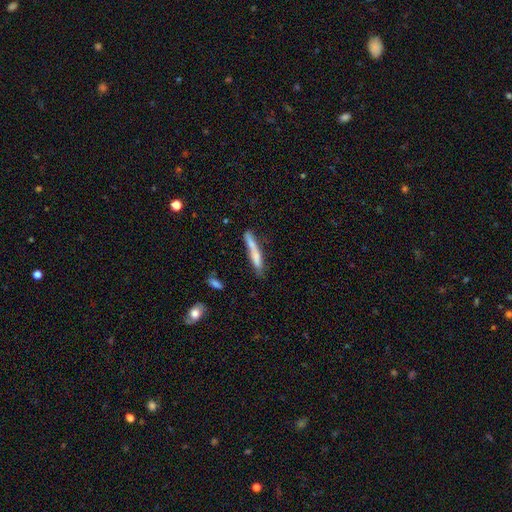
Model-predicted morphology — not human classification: Q: Smooth or featured?
A: smooth (66%); runner-up: featured or disk (28%)
Q: How rounded?
A: cigar-shaped (92%); runner-up: in between (6%)
Q: Merging?
A: none (61%); runner-up: minor disturbance (23%)